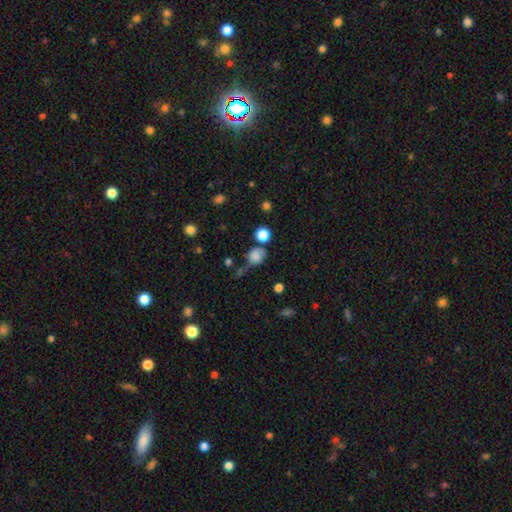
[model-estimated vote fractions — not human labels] Q: Smooth or featured?
A: smooth (73%); runner-up: star or artifact (14%)
Q: How rounded?
A: round (73%); runner-up: in between (26%)
Q: Merging?
A: none (42%); runner-up: minor disturbance (26%)